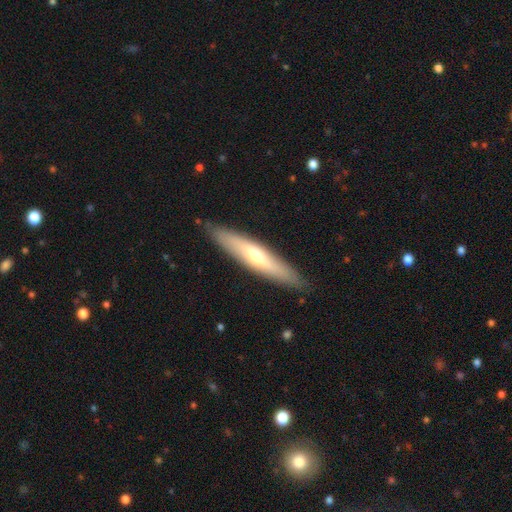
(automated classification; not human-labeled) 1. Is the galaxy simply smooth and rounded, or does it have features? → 50% featured or disk, 44% smooth, 6% star or artifact.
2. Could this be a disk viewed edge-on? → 80% yes, 20% no.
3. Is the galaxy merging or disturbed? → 88% none, 9% minor disturbance, 2% major disturbance, 1% merger.